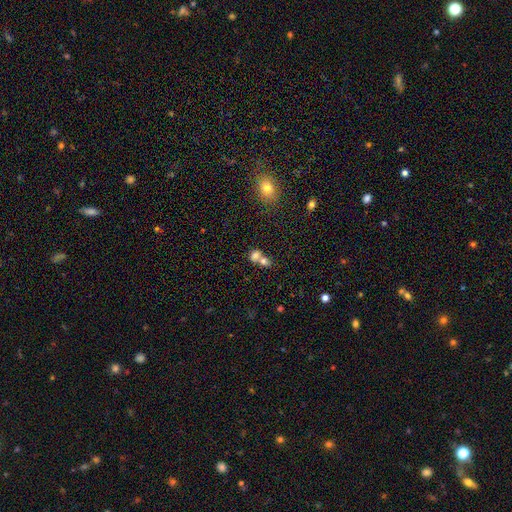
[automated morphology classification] smooth 74%, featured or disk 15%, star or artifact 11%. Down the decision tree: how rounded — round (54%); merging — merger (69%).